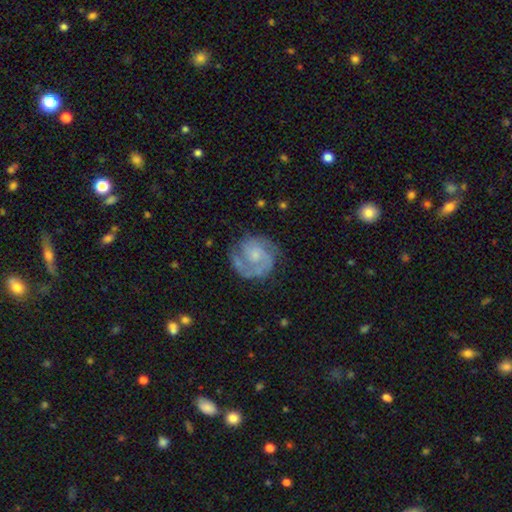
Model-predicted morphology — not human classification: Smooth or featured?
  - featured or disk: 81% *
  - smooth: 14%
  - star or artifact: 5%
Edge-on disk?
  - no: 98% *
  - yes: 2%
Bar?
  - no: 67% *
  - weak: 28%
  - strong: 4%
Spiral arms?
  - yes: 95% *
  - no: 5%
Spiral winding?
  - tight: 50% *
  - medium: 39%
  - loose: 11%
Spiral arm count?
  - 2: 63% *
  - can't tell: 12%
  - 3: 11%
  - 1: 10%
  - 4: 2%
  - more than 4: 2%
Bulge size?
  - small: 53% *
  - moderate: 28%
  - none: 15%
  - large: 3%
  - dominant: 1%
Merging?
  - none: 72% *
  - minor disturbance: 17%
  - major disturbance: 9%
  - merger: 2%